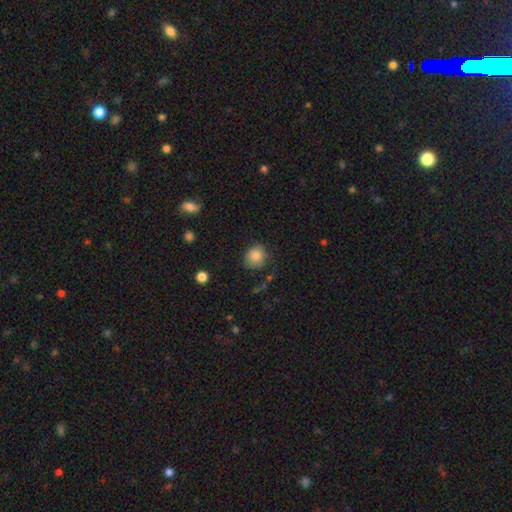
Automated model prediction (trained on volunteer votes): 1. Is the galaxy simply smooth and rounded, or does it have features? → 83% smooth, 9% star or artifact, 8% featured or disk.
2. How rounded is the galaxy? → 84% round, 15% in between, 1% cigar-shaped.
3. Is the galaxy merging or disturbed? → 75% none, 18% minor disturbance, 5% major disturbance, 2% merger.